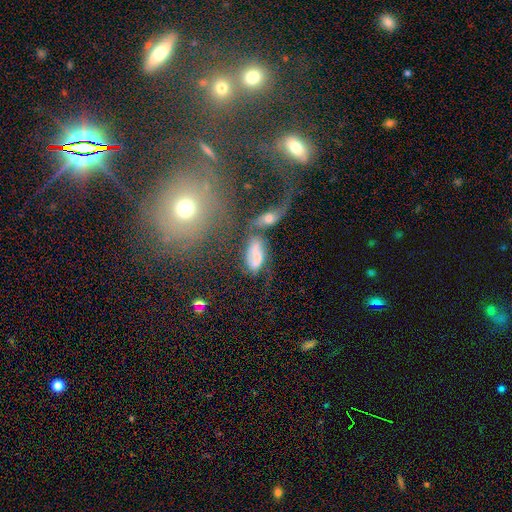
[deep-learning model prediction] A featured or disk galaxy (47%).

Vote fractions:
- Smooth or featured? featured or disk: 47% / smooth: 42% / star or artifact: 11%
- Merging? none: 39% / merger: 24% / minor disturbance: 21% / major disturbance: 16%